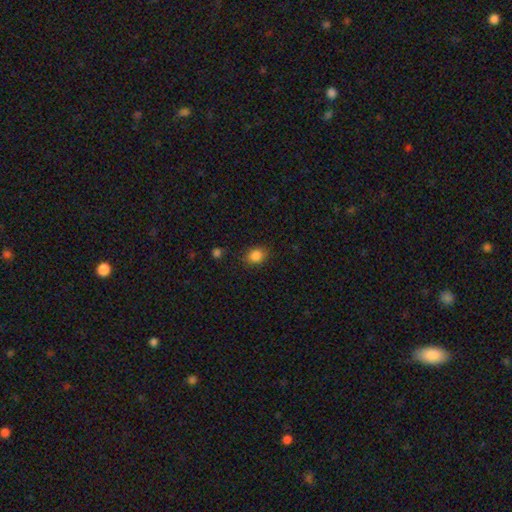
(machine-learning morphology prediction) A smooth galaxy with no disk features (85%) that is round (55%).

Vote fractions:
- Smooth or featured? smooth: 85% / star or artifact: 11% / featured or disk: 4%
- How rounded? round: 55% / in between: 44% / cigar-shaped: 1%
- Merging? none: 84% / minor disturbance: 11% / major disturbance: 3% / merger: 2%